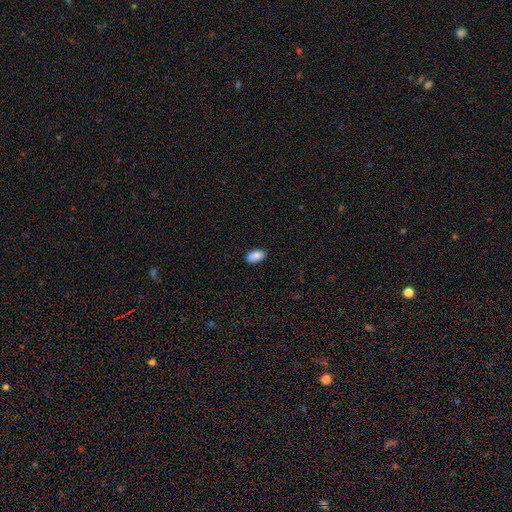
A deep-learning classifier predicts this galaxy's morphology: This is clearly a smooth galaxy (87%). How rounded: clearly in between (94%). Merging: clearly none (83%).